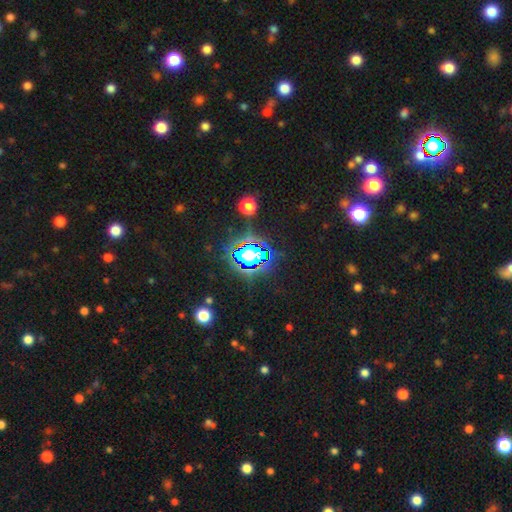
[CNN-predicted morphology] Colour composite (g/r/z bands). It shows a star or artifact, not a galaxy (69%).